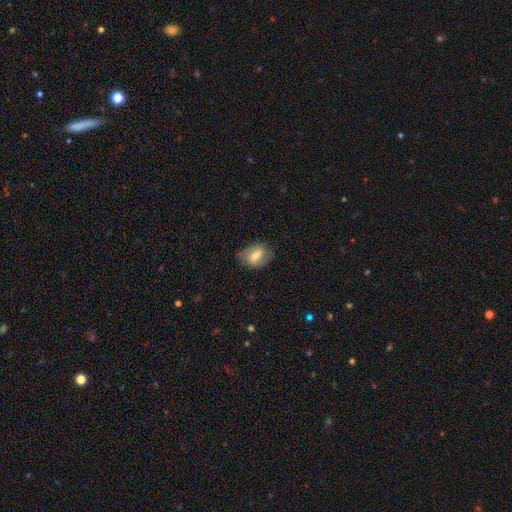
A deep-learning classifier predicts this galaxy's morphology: Smooth or featured? Predicted: featured or disk (p=0.50). Edge-on disk? Predicted: no (p=0.95). Merging? Predicted: none (p=0.73).